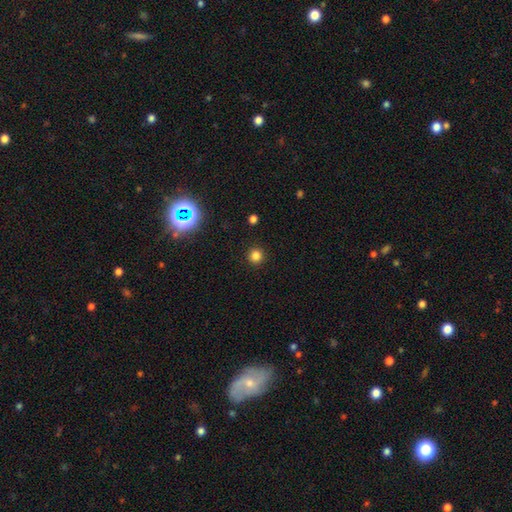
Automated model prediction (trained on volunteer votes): Morphology: type=smooth (81%); roundness=round (95%); merging=none (92%).